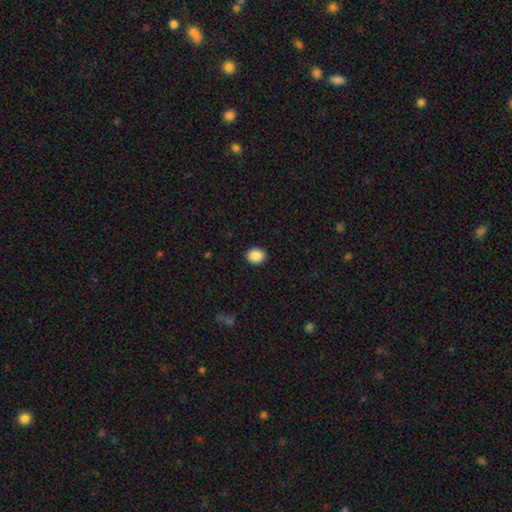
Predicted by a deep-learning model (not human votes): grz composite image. It shows a smooth galaxy with no disk features (89%) that is round (60%). Merging: none (91%).